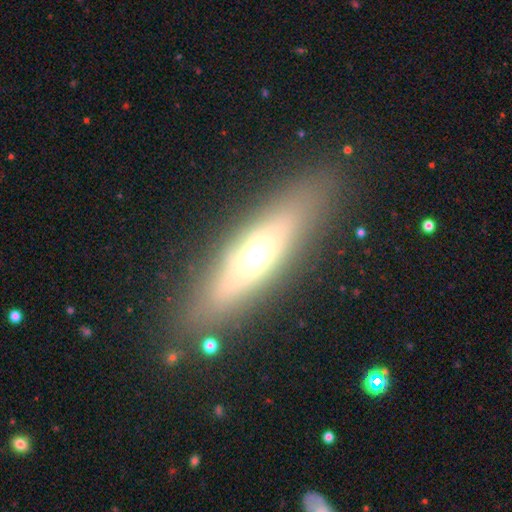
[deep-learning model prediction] Overall: smooth (46%; featured or disk 45%). Merging: none (85%).